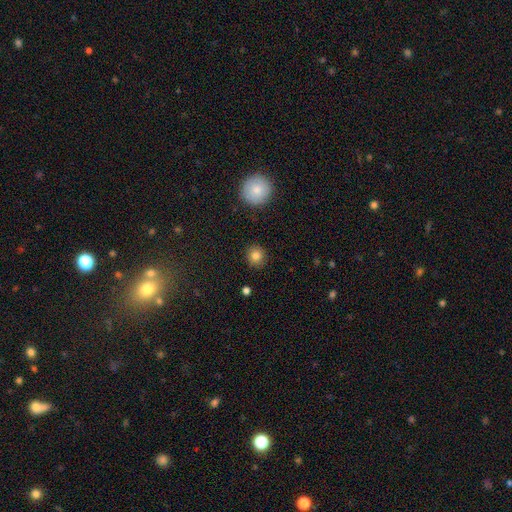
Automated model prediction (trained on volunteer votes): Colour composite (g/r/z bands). It shows a smooth galaxy with no disk features (83%) that is round (89%). Merging: none (90%).